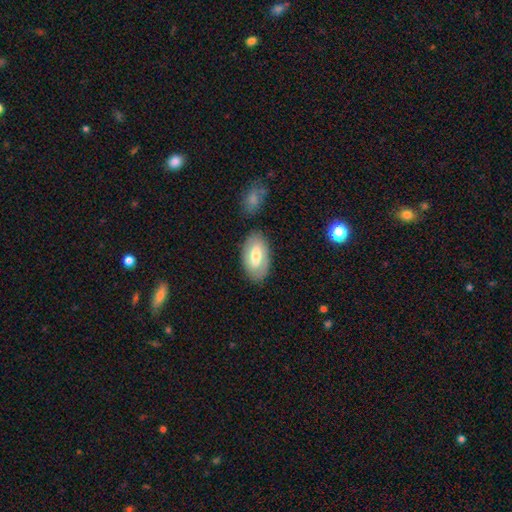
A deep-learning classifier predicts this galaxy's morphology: A smooth galaxy with no disk features (53%) that is in between round and cigar-shaped (94%). Merging: none (81%).